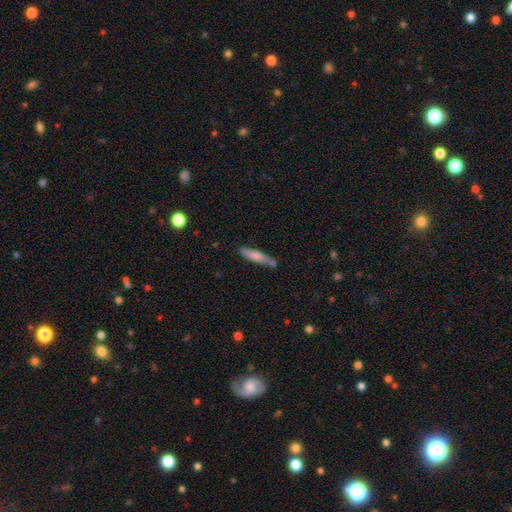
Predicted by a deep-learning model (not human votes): smooth-or-featured: smooth: 69% | featured or disk: 25% | star or artifact: 6%
  how-rounded: cigar-shaped: 86% | in between: 13% | round: 1%
  merging: none: 66% | minor disturbance: 18% | merger: 12% | major disturbance: 4%